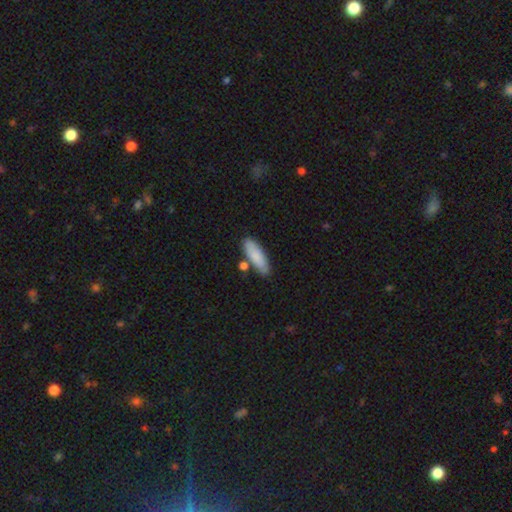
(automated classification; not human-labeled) Smooth or featured? Predicted: smooth (p=0.83). How rounded? Predicted: in between (p=0.52). Merging? Predicted: none (p=0.74).